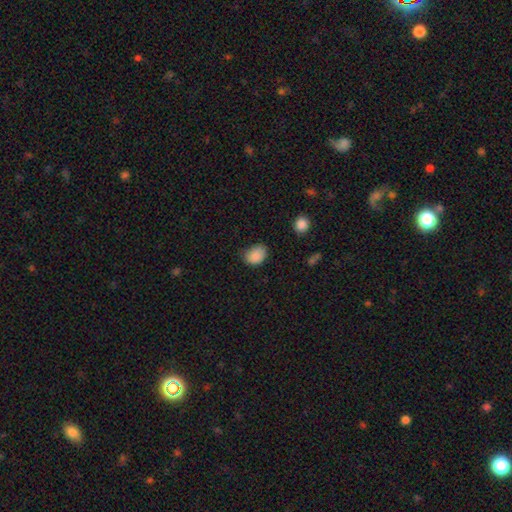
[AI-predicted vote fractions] smooth 88%, star or artifact 9%, featured or disk 3%. Down the decision tree: how rounded — in between (67%); merging — none (69%).